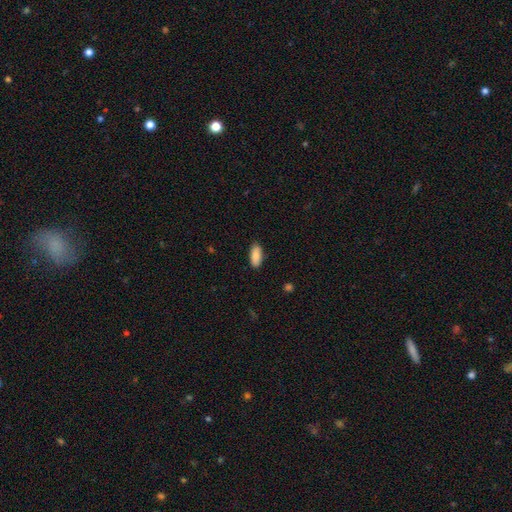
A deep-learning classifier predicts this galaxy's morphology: Smooth or featured? smooth (87%)
How rounded? in between (86%)
Merging? none (87%)